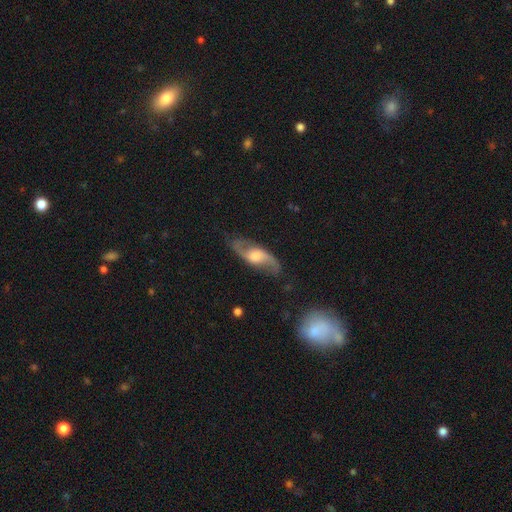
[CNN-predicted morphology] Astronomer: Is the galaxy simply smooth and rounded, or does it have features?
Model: featured or disk — 82%.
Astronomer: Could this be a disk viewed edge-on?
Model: no — 88%.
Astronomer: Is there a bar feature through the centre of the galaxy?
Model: no — 47% (runner-up: weak, 42%).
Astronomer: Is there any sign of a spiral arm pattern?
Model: yes — 95%.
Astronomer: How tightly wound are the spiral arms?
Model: loose — 63%.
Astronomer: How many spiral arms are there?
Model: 2 — 92%.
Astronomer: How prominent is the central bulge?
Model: moderate — 47% (runner-up: large, 32%).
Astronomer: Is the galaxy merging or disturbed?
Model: none — 77%.